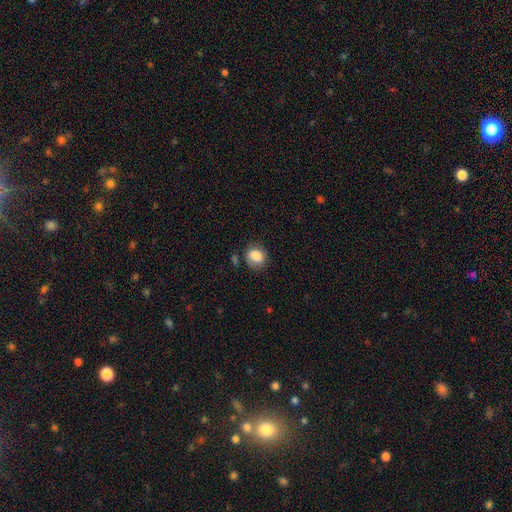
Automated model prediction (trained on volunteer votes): Smooth or featured?
  - smooth: 85% *
  - star or artifact: 9%
  - featured or disk: 7%
How rounded?
  - round: 69% *
  - in between: 30%
  - cigar-shaped: 1%
Merging?
  - none: 75% *
  - minor disturbance: 17%
  - major disturbance: 5%
  - merger: 4%